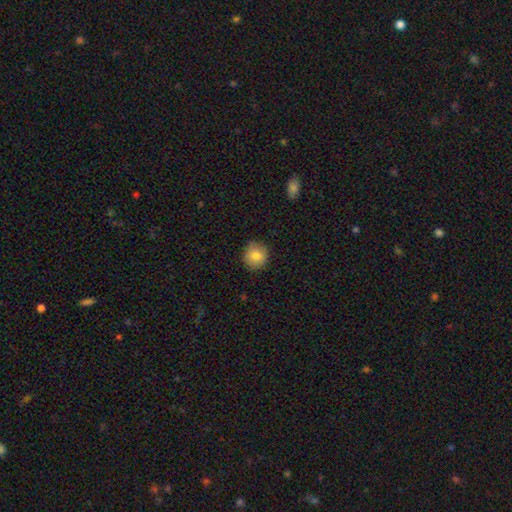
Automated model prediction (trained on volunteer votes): This is clearly a smooth galaxy (82%). How rounded: clearly round (89%). Merging: clearly none (88%).